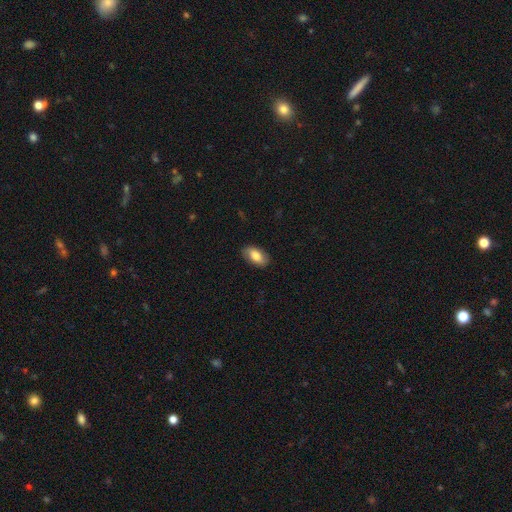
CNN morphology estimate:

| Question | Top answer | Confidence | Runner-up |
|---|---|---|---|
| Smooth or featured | smooth | 80% | featured or disk (14%) |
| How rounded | in between | 93% | round (4%) |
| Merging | none | 85% | minor disturbance (11%) |